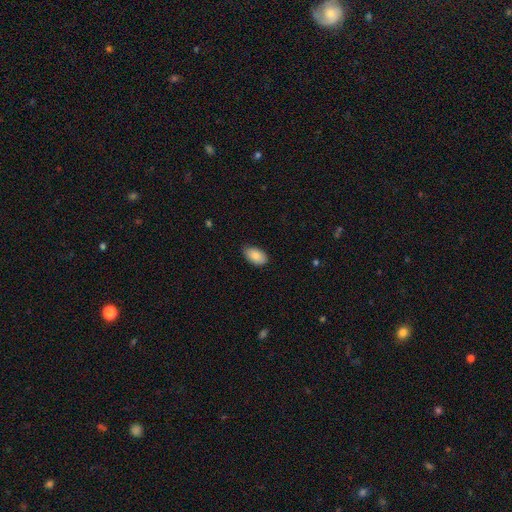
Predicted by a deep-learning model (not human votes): Overall: smooth (87%). How rounded: in between (94%). Merging: none (79%).